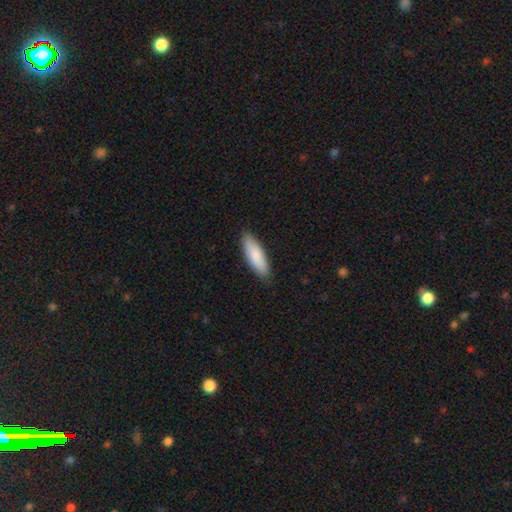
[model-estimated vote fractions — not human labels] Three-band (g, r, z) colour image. It shows a smooth galaxy with no disk features (85%) that is in between round and cigar-shaped (56%). Merging: none (86%).